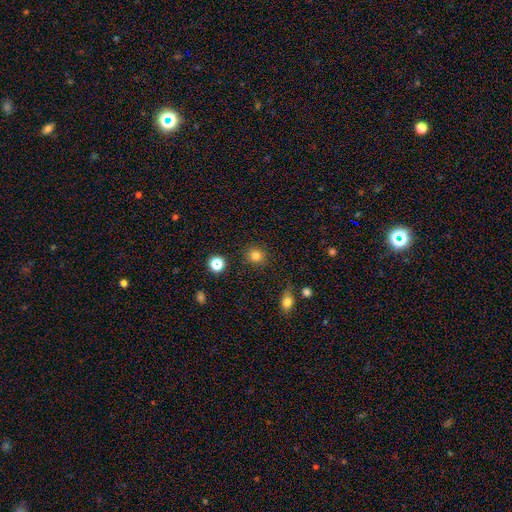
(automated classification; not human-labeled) Smooth or featured?
  - smooth: 82% *
  - star or artifact: 13%
  - featured or disk: 6%
How rounded?
  - round: 87% *
  - in between: 12%
  - cigar-shaped: 1%
Merging?
  - none: 88% *
  - minor disturbance: 7%
  - major disturbance: 3%
  - merger: 2%